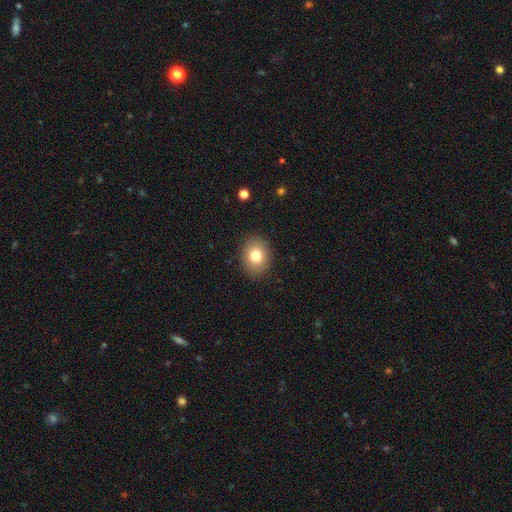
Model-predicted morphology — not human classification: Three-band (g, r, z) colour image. It shows a smooth galaxy with no disk features (78%) that is round (55%). Merging: none (89%).